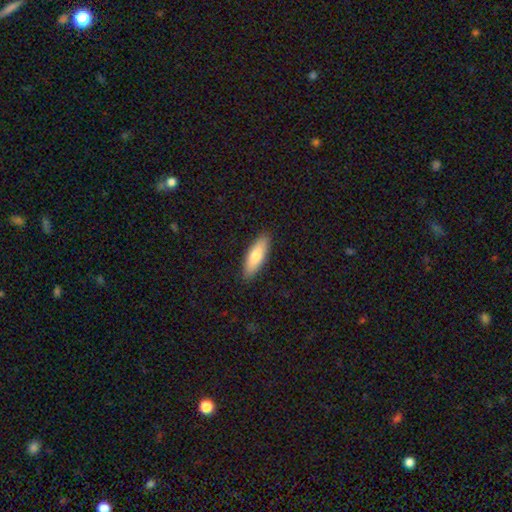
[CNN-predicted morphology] A smooth galaxy with no disk features (76%) that is in between round and cigar-shaped (56%). Merging: none (89%).